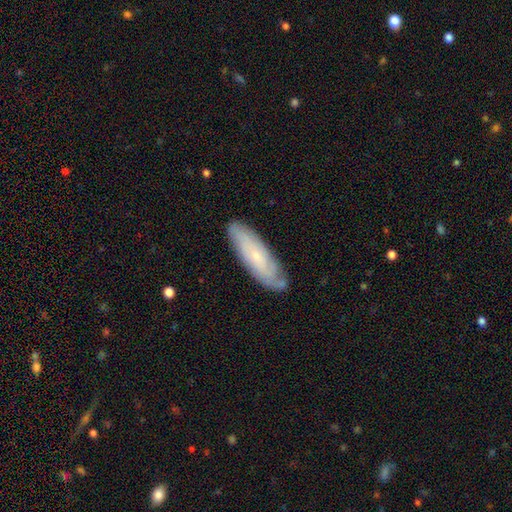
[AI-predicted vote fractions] Smooth or featured? Predicted: featured or disk (p=0.51). Edge-on disk? Predicted: no (p=0.73). Merging? Predicted: none (p=0.78).